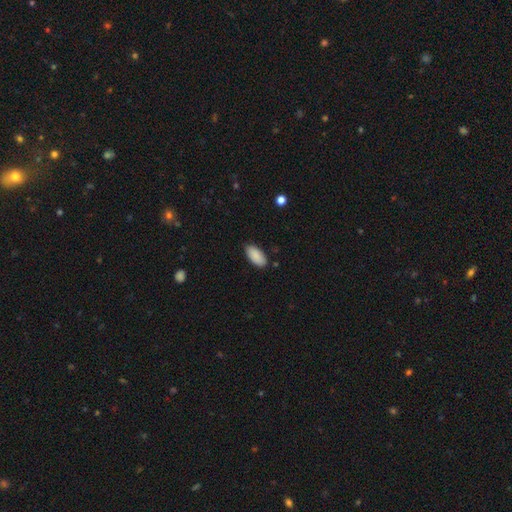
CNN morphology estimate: smooth 89%, star or artifact 6%, featured or disk 4%. Down the decision tree: how rounded — in between (93%); merging — none (85%).